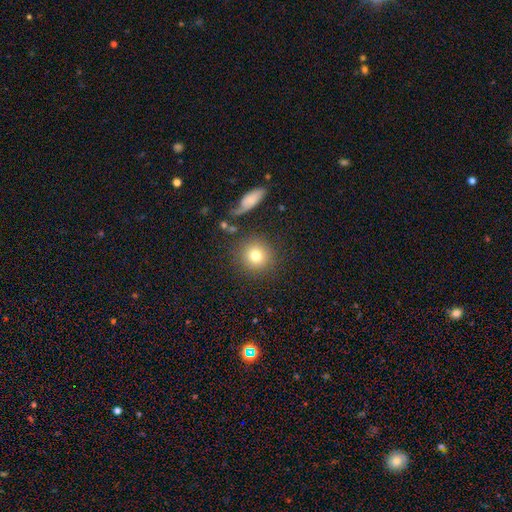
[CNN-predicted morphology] This appears to be a smooth galaxy with no disk features (77%) that is round (92%). Merging: none (84%).